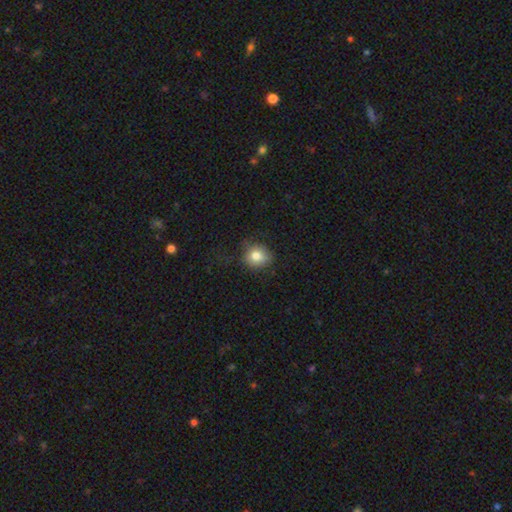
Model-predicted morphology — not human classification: Q: Smooth or featured?
A: smooth (81%); runner-up: star or artifact (10%)
Q: How rounded?
A: round (75%); runner-up: in between (24%)
Q: Merging?
A: none (72%); runner-up: minor disturbance (19%)